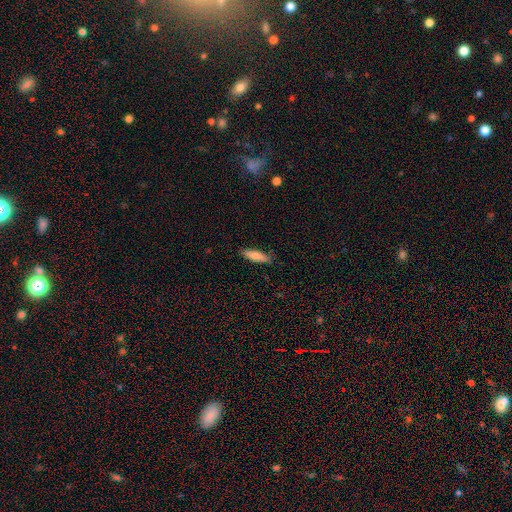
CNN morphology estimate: Smooth or featured: smooth — 82% (featured or disk — 12%)
How rounded: cigar-shaped — 63% (in between — 35%)
Merging: none — 84% (minor disturbance — 13%)